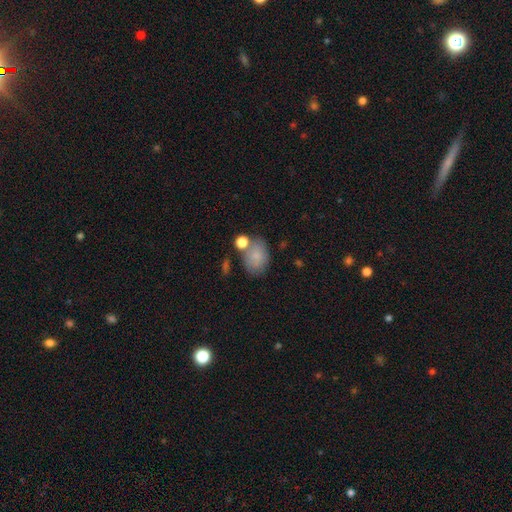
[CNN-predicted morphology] Smooth or featured? smooth (80%)
How rounded? in between (75%)
Merging? none (56%)